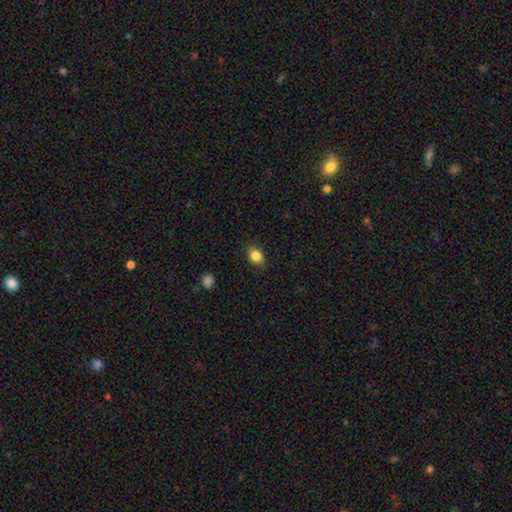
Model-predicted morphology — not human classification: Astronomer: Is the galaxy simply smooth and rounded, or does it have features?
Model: smooth — 85%.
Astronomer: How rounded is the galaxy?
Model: in between — 61% (runner-up: round, 37%).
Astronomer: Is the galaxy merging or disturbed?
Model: none — 84%.